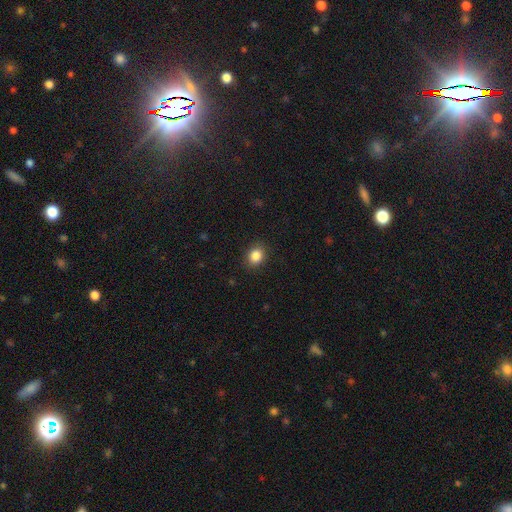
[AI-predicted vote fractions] Smooth or featured? Predicted: smooth (p=0.86). How rounded? Predicted: round (p=0.55). Merging? Predicted: none (p=0.87).